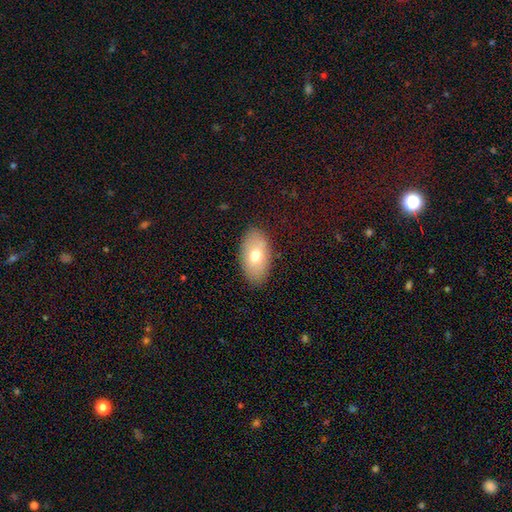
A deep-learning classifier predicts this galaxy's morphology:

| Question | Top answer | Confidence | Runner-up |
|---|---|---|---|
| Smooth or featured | smooth | 70% | featured or disk (22%) |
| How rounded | in between | 93% | round (6%) |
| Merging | none | 85% | minor disturbance (11%) |